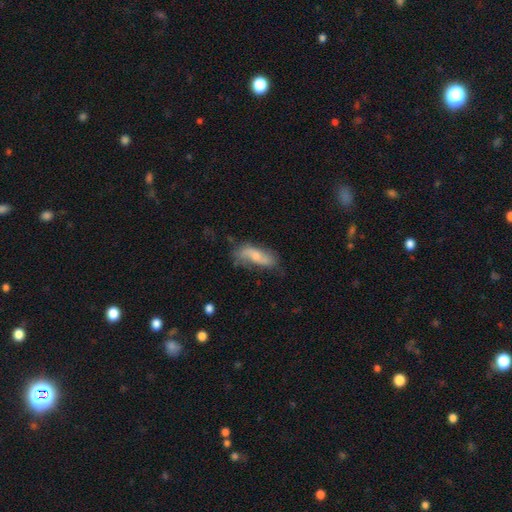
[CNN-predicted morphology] This appears to be a smooth galaxy with no disk features (52%) that is in between round and cigar-shaped (67%). Merging: none (57%).